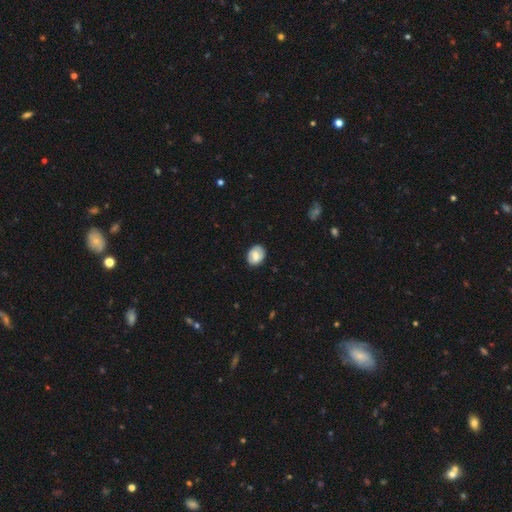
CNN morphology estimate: The model was most divided on "how rounded": in between: 59%, round: 40%, cigar-shaped: 1%. More confident: merging — none (85%); smooth or featured — smooth (66%).